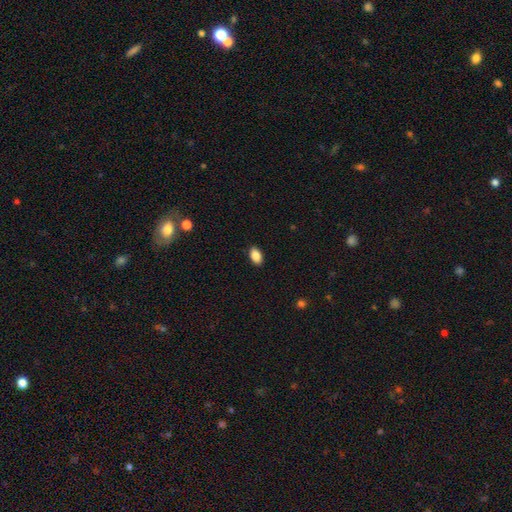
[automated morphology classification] smooth_or_featured: smooth (p=0.87) [alt: star or artifact p=0.08]
how_rounded: in between (p=0.91) [alt: round p=0.07]
merging: none (p=0.89) [alt: minor disturbance p=0.08]